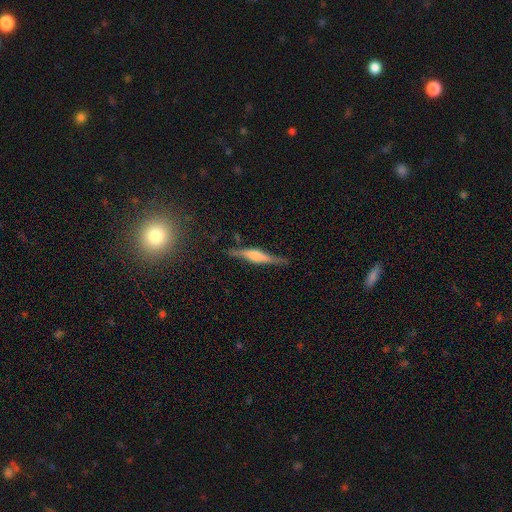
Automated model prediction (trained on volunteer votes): Smooth or featured: featured or disk — 66% (smooth — 27%)
Edge-on disk: yes — 95% (no — 5%)
Edge-on bulge: rounded — 54% (boxy — 37%)
Merging: none — 78% (minor disturbance — 16%)